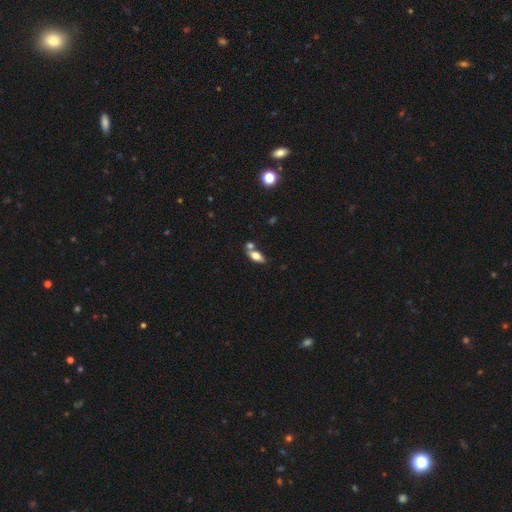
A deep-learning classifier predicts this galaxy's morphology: A smooth galaxy with no disk features (66%) that is in between round and cigar-shaped (82%). Merging: none (54%).